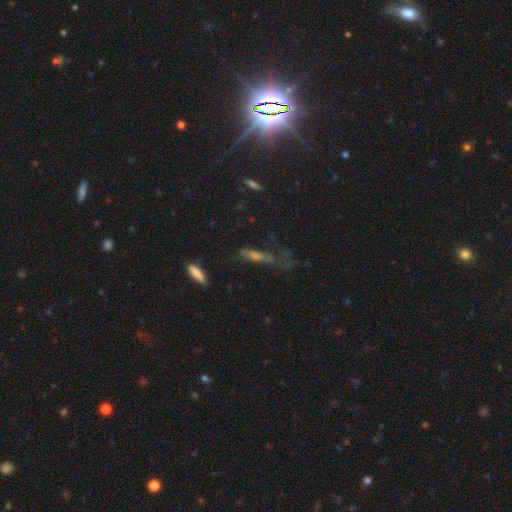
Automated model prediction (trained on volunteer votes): Smooth or featured?
  - smooth: 39% *
  - featured or disk: 34%
  - star or artifact: 27%
Merging?
  - none: 40% *
  - major disturbance: 34%
  - minor disturbance: 20%
  - merger: 6%